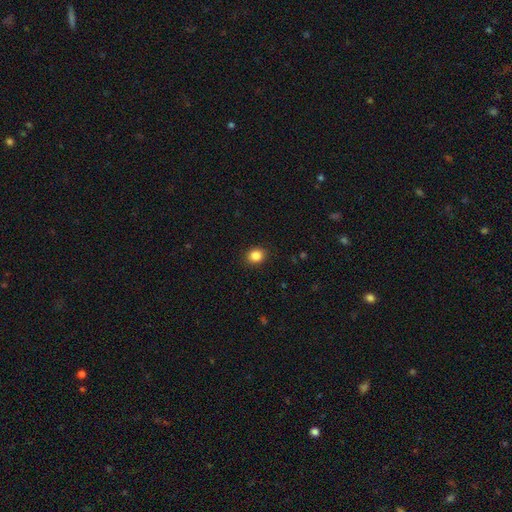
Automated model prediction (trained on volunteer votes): smooth-or-featured: smooth: 86% | star or artifact: 10% | featured or disk: 4%
  how-rounded: round: 62% | in between: 37% | cigar-shaped: 1%
  merging: none: 90% | minor disturbance: 7% | major disturbance: 2% | merger: 1%